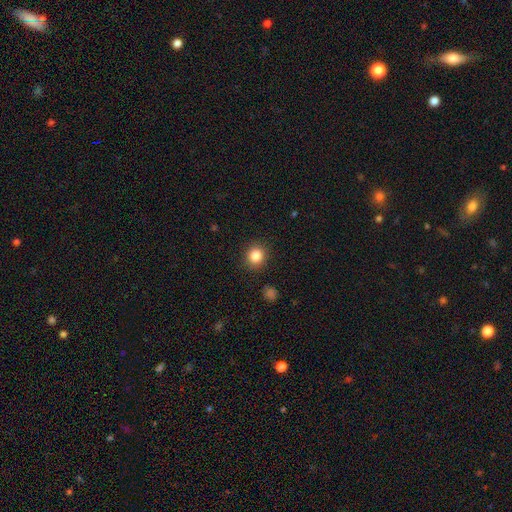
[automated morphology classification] Smooth or featured? Predicted: smooth (p=0.85). How rounded? Predicted: round (p=0.88). Merging? Predicted: none (p=0.90).